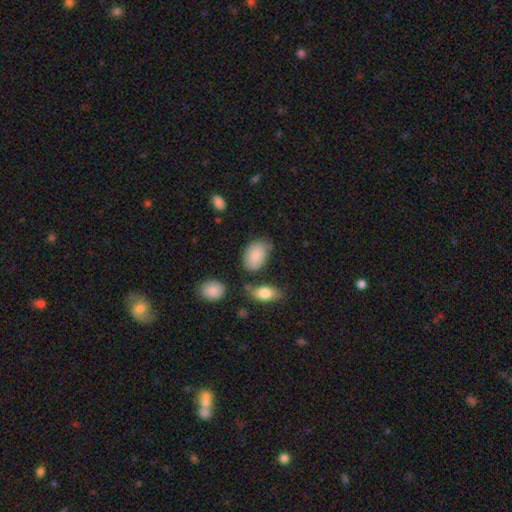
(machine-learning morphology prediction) Smooth or featured? Predicted: smooth (p=0.84). How rounded? Predicted: in between (p=0.86). Merging? Predicted: none (p=0.62).